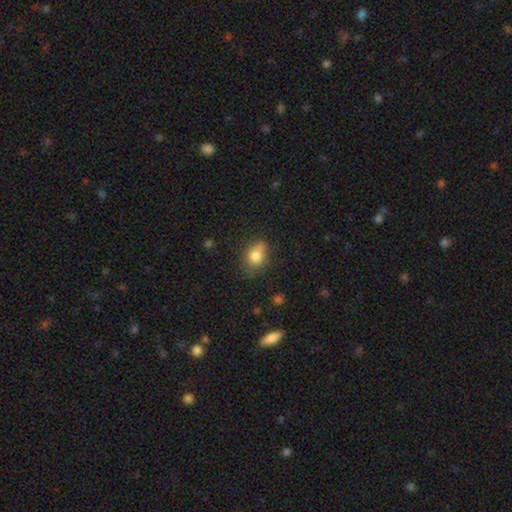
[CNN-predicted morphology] Overall: smooth (77%). How rounded: in between (57%; round 41%). Merging: none (50%; minor disturbance 31%).